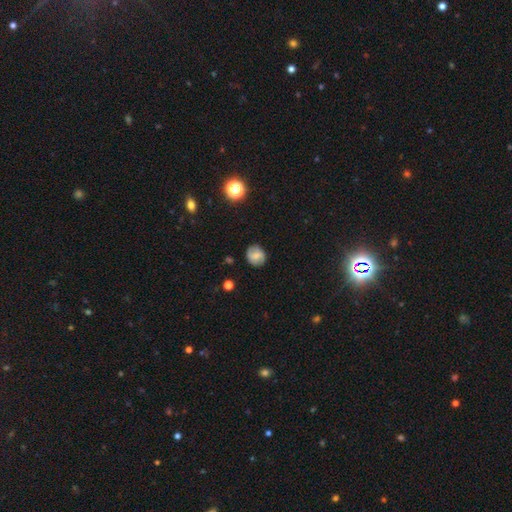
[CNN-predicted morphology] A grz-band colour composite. It shows a smooth galaxy with no disk features (59%) that is round (74%). Merging: none (81%).